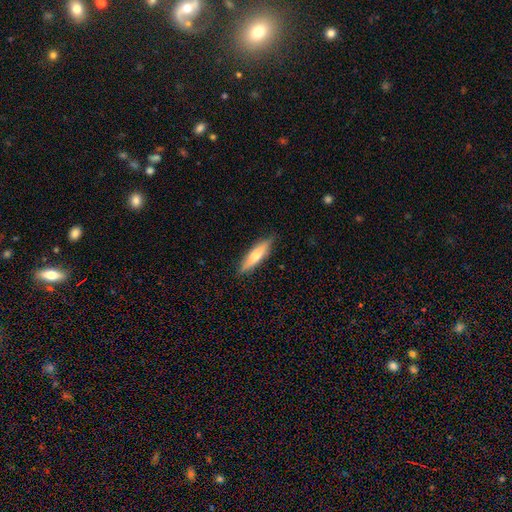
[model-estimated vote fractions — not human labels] This is likely a smooth galaxy (69%). How rounded: likely cigar-shaped (71%). Merging: clearly none (85%).